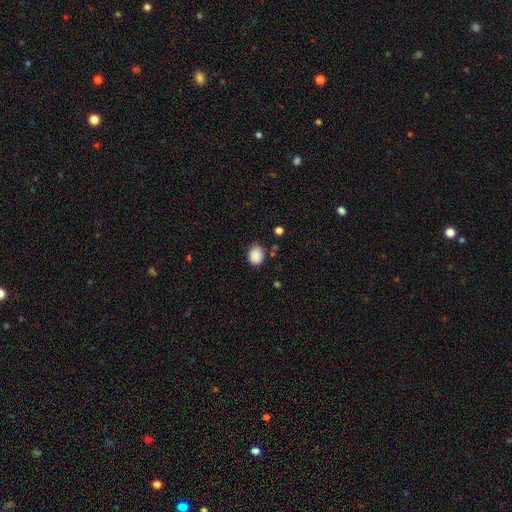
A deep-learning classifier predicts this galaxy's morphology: Smooth or featured?
  - smooth: 88% *
  - star or artifact: 8%
  - featured or disk: 3%
How rounded?
  - in between: 55% *
  - round: 44%
  - cigar-shaped: 1%
Merging?
  - none: 75% *
  - minor disturbance: 18%
  - major disturbance: 4%
  - merger: 3%